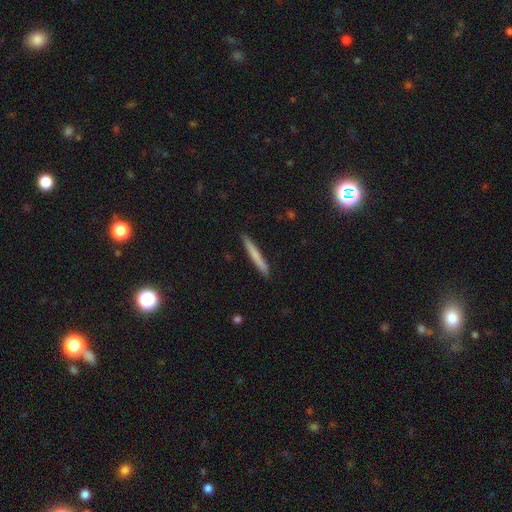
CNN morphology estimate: smooth-or-featured: smooth: 69% | featured or disk: 25% | star or artifact: 6%
  how-rounded: cigar-shaped: 97% | in between: 2% | round: 1%
  merging: none: 91% | minor disturbance: 7% | major disturbance: 1% | merger: 1%